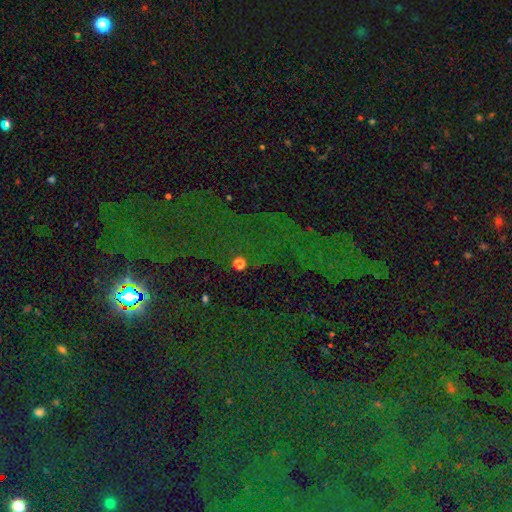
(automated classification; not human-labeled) The model was most divided on "smooth or featured": star or artifact: 80%, smooth: 11%, featured or disk: 9%.